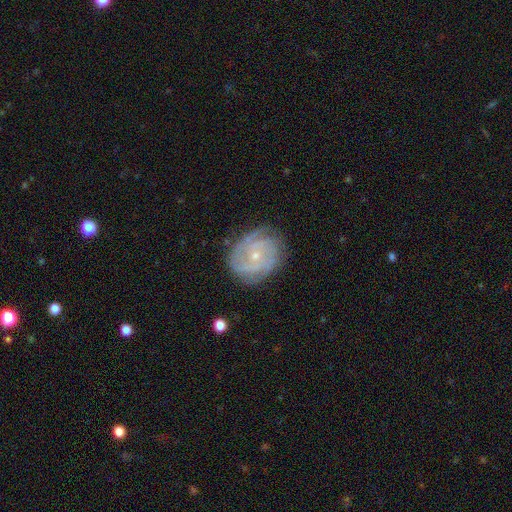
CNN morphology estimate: Smooth or featured? Predicted: featured or disk (p=0.80). Edge-on disk? Predicted: no (p=0.97). Bar? Predicted: no (p=0.74). Spiral arms? Predicted: yes (p=0.94). Spiral winding? Predicted: tight (p=0.64). Spiral arm count? Predicted: can't tell (p=0.28). Bulge size? Predicted: small (p=0.76). Merging? Predicted: none (p=0.76).